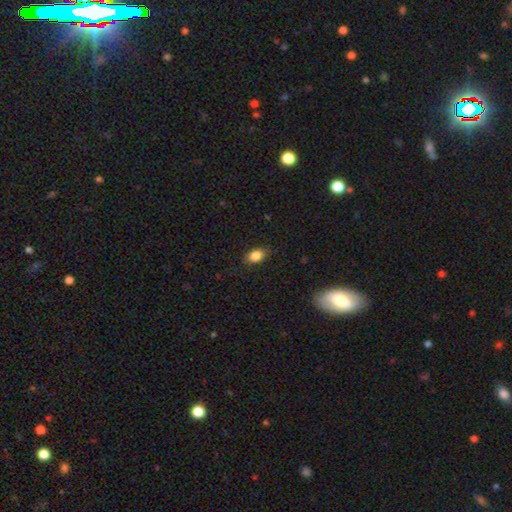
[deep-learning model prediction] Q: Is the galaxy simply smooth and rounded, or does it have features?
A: smooth — 85%.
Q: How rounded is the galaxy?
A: in between — 85%.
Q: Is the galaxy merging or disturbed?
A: none — 87%.